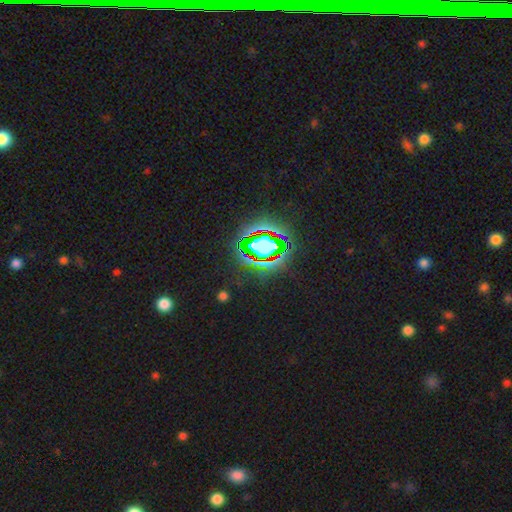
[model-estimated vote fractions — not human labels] smooth-or-featured: star or artifact: 69% | smooth: 18% | featured or disk: 12%